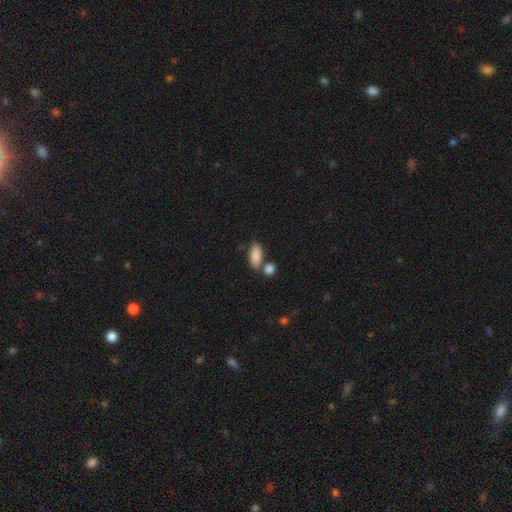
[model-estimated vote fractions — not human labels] smooth 87%, star or artifact 7%, featured or disk 6%. Down the decision tree: how rounded — in between (89%); merging — none (60%).